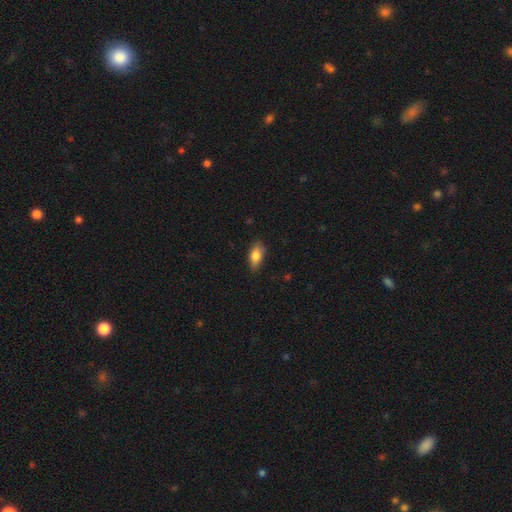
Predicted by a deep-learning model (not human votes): This appears to be a smooth galaxy with no disk features (80%) that is in between round and cigar-shaped (85%). Merging: none (78%).